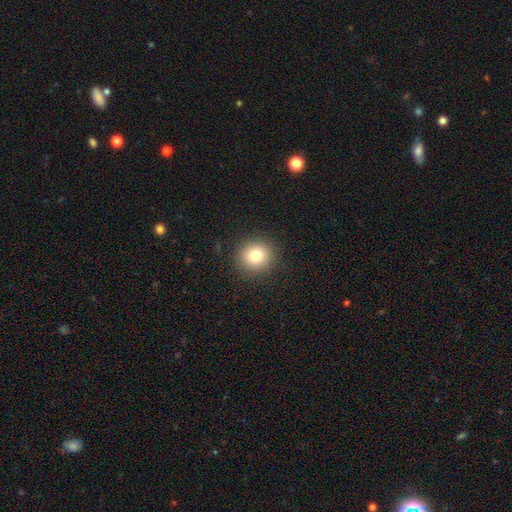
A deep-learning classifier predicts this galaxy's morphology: Smooth or featured? smooth (81%)
How rounded? round (88%)
Merging? none (90%)